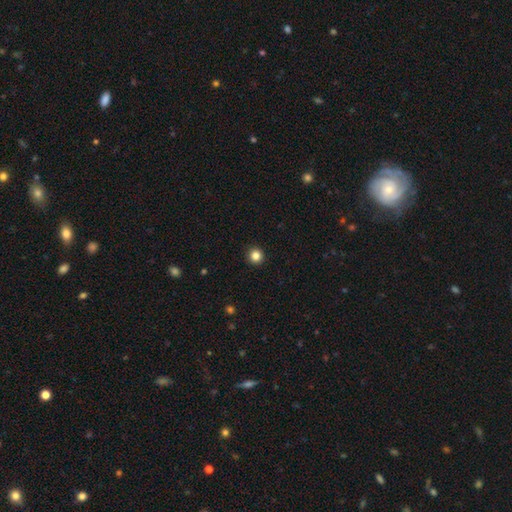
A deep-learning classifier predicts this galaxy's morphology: Smooth or featured? smooth (84%)
How rounded? round (95%)
Merging? none (93%)